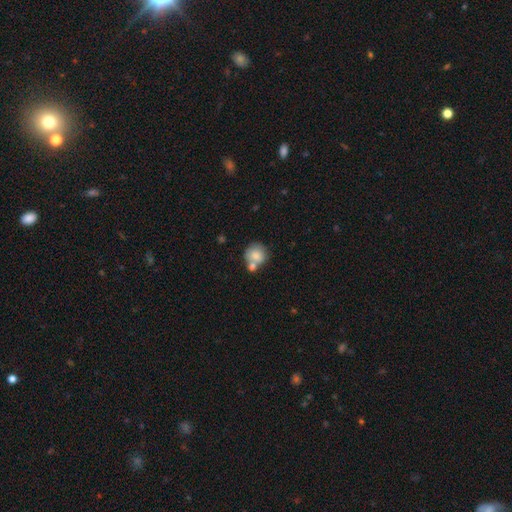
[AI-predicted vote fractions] smooth_or_featured: smooth (p=0.80) [alt: featured or disk p=0.12]
how_rounded: round (p=0.85) [alt: in between p=0.14]
merging: none (p=0.46) [alt: merger p=0.37]